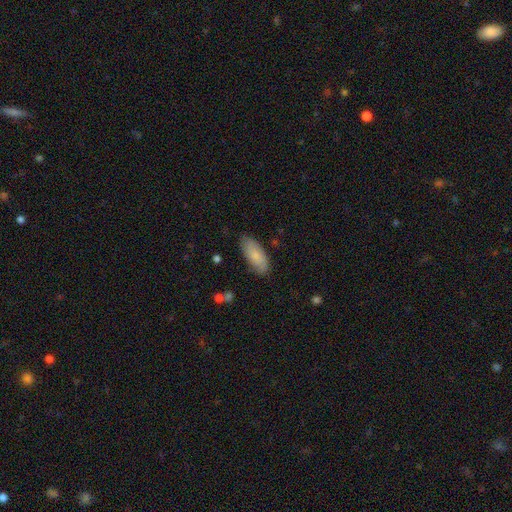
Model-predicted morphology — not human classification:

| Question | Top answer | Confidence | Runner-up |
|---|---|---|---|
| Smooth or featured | smooth | 81% | featured or disk (14%) |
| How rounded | in between | 81% | cigar-shaped (17%) |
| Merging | none | 80% | minor disturbance (15%) |